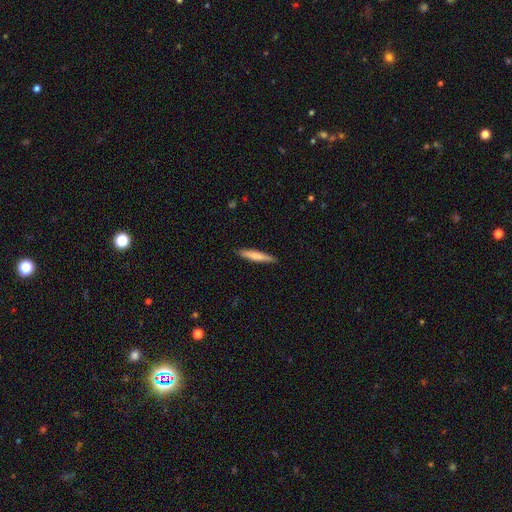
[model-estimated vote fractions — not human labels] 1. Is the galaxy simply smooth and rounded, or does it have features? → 72% smooth, 22% featured or disk, 5% star or artifact.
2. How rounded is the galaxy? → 93% cigar-shaped, 6% in between, 1% round.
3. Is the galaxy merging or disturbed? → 89% none, 8% minor disturbance, 2% major disturbance, 1% merger.